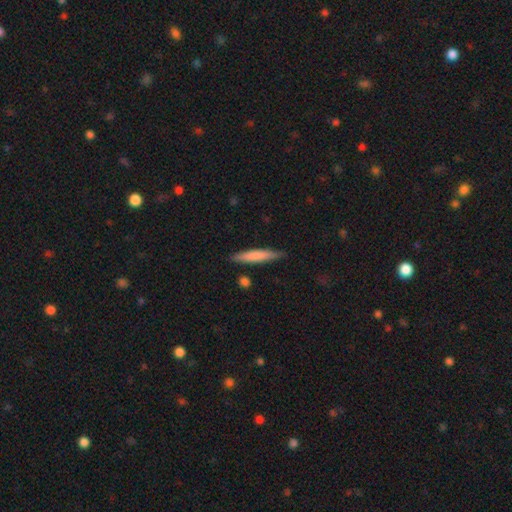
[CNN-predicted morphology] smooth 72%, featured or disk 22%, star or artifact 5%. Down the decision tree: how rounded — cigar-shaped (92%); merging — none (86%).